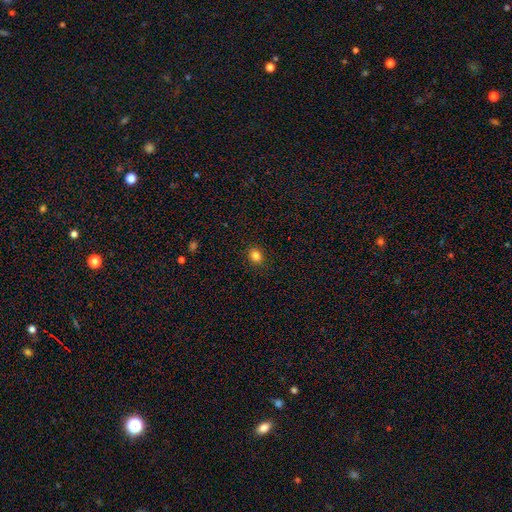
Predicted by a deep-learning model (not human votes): smooth 84%, star or artifact 12%, featured or disk 4%. Down the decision tree: how rounded — round (71%); merging — none (90%).